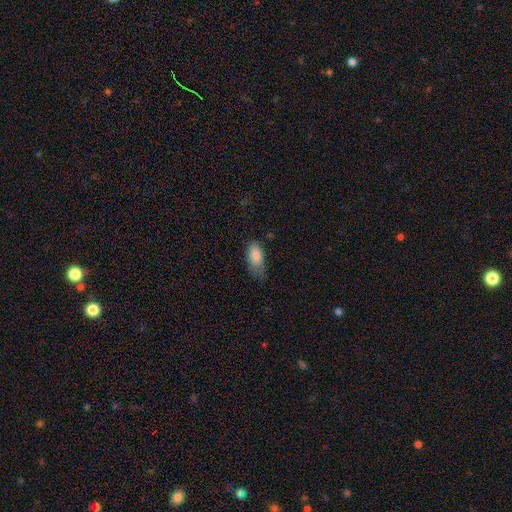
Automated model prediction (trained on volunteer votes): Smooth or featured: smooth — 83% (featured or disk — 10%)
How rounded: in between — 91% (cigar-shaped — 5%)
Merging: none — 46% (minor disturbance — 39%)